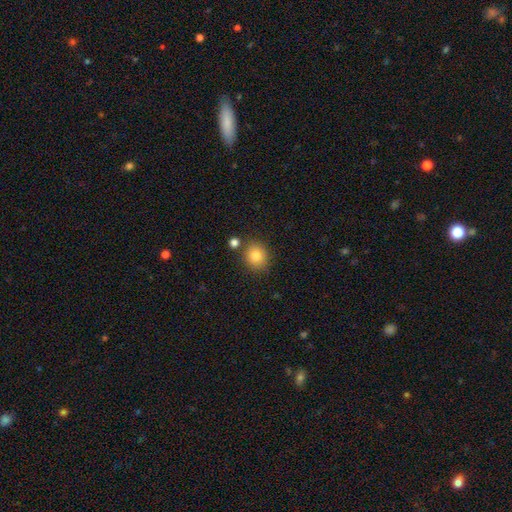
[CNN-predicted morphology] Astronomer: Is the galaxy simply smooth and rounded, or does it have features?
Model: smooth — 84%.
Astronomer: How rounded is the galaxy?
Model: round — 82%.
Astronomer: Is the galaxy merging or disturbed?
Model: none — 81%.